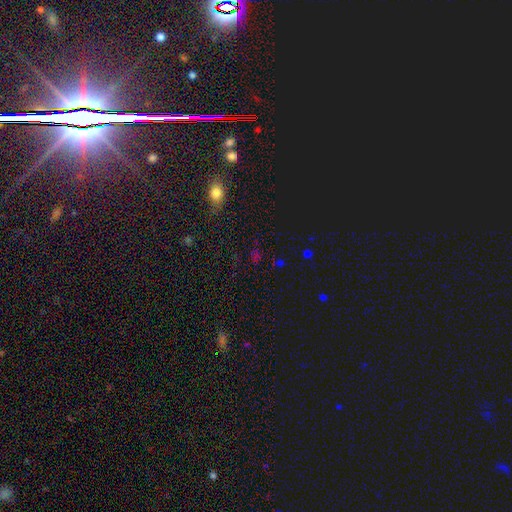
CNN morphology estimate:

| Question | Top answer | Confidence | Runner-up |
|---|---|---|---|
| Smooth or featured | star or artifact | 60% | smooth (32%) |